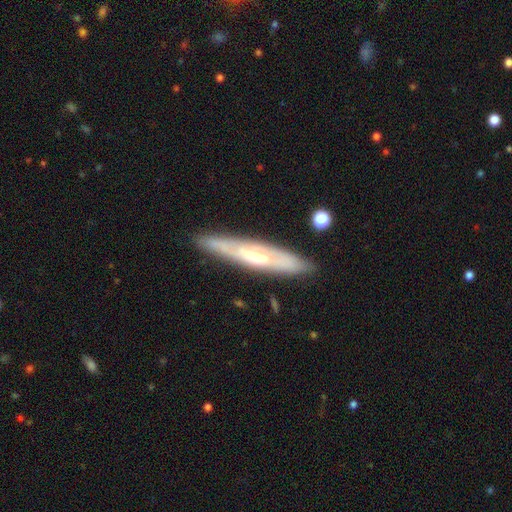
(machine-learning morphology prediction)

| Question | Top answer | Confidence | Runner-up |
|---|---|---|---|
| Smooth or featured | featured or disk | 66% | smooth (28%) |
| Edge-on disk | yes | 68% | no (32%) |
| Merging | none | 84% | minor disturbance (12%) |